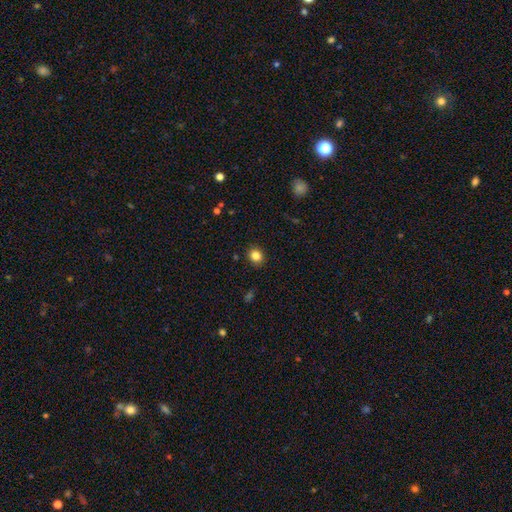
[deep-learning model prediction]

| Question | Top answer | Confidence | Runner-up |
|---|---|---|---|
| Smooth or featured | smooth | 84% | star or artifact (11%) |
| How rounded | round | 69% | in between (30%) |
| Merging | none | 89% | minor disturbance (7%) |